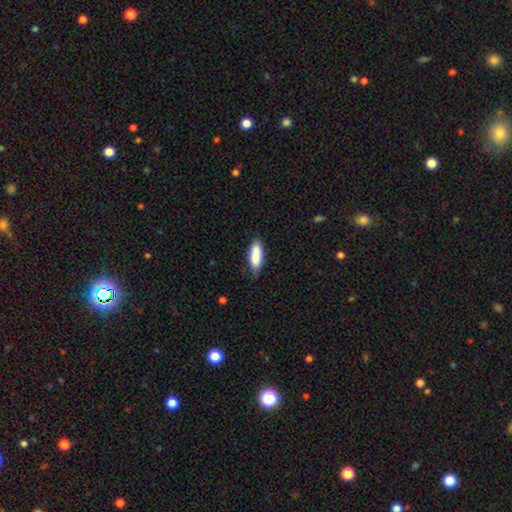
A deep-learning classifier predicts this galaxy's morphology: This is clearly a smooth galaxy (87%). How rounded: likely in between (62%). Merging: likely none (73%).